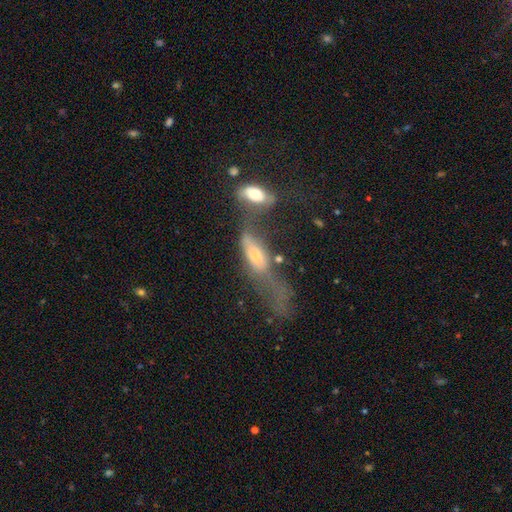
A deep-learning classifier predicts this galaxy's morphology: The model was most divided on "smooth or featured": smooth: 52%, featured or disk: 37%, star or artifact: 10%. Remaining: how rounded — in between (69%); merging — merger (48%).